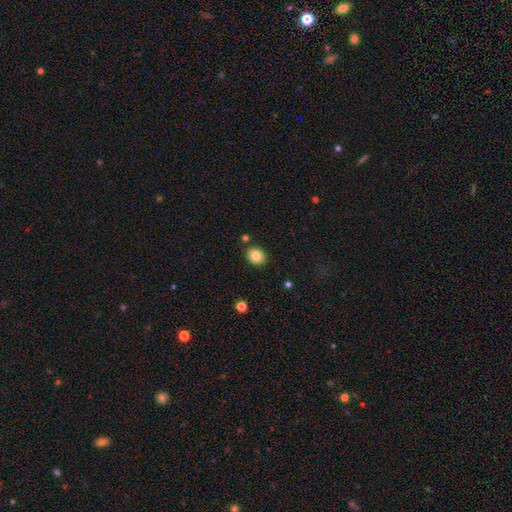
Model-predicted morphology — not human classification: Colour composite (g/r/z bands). It shows a smooth galaxy with no disk features (83%) that is round (63%). Merging: none (87%).